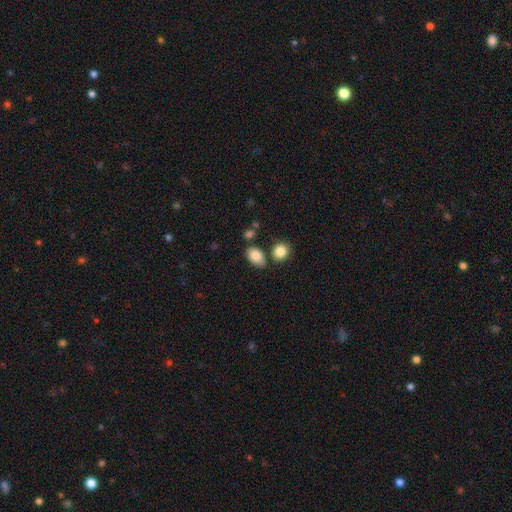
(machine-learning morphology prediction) type=smooth (85%); roundness=in between (86%); merging=none (69%).